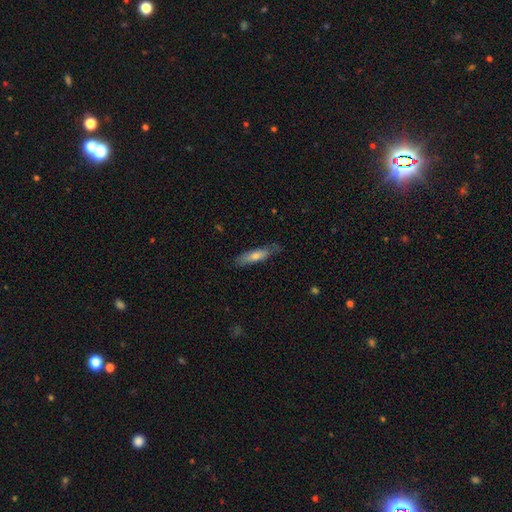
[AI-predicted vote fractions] Overall: smooth (50%; featured or disk 41%). Merging: none (79%).